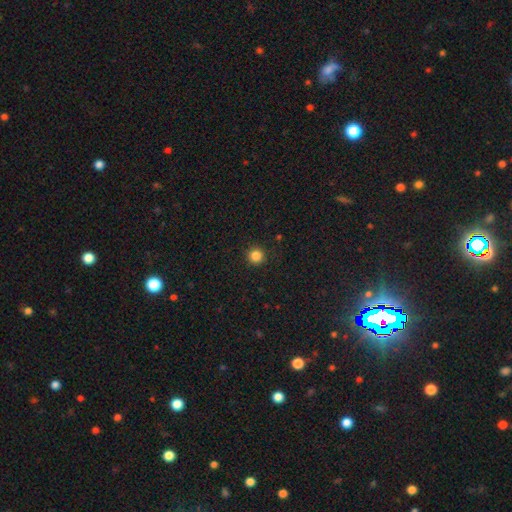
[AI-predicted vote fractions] This appears to be a smooth galaxy with no disk features (84%) that is round (96%). Merging: none (92%).